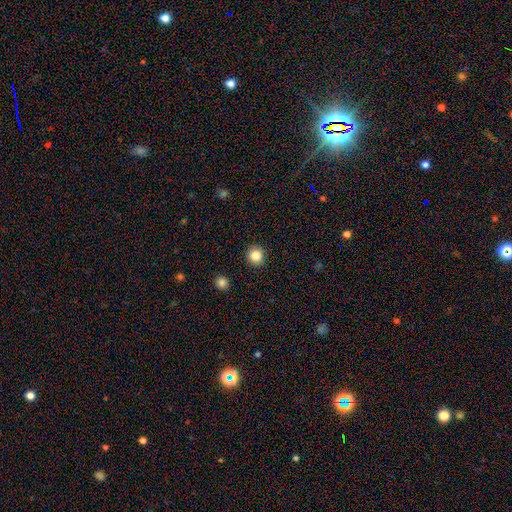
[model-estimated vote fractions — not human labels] Smooth or featured?
  - smooth: 84% *
  - star or artifact: 11%
  - featured or disk: 5%
How rounded?
  - round: 91% *
  - in between: 8%
  - cigar-shaped: 1%
Merging?
  - none: 92% *
  - minor disturbance: 5%
  - major disturbance: 2%
  - merger: 1%